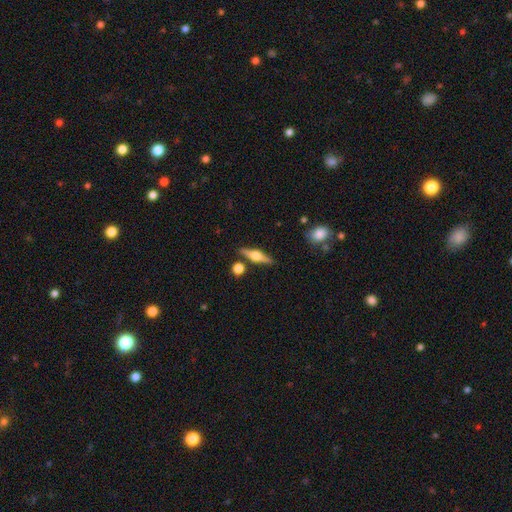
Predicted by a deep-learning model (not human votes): Morphology: type=featured or disk (71%); edge-on=yes (97%); edge-on bulge=rounded (93%); merging=none (84%).